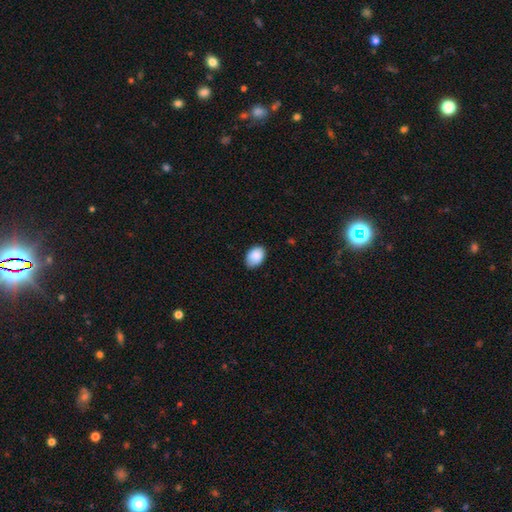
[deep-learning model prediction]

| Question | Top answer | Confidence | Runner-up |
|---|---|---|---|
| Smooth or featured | smooth | 89% | star or artifact (7%) |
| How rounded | in between | 82% | round (17%) |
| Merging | none | 78% | minor disturbance (18%) |